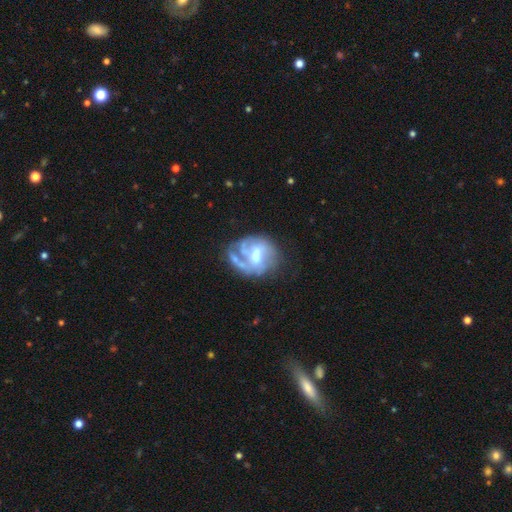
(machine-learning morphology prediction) smooth-or-featured: featured or disk: 72% | smooth: 21% | star or artifact: 7%
  disk-edge-on: no: 97% | yes: 3%
    bar: weak: 48% | no: 34% | strong: 18%
    has-spiral-arms: yes: 67% | no: 33%
    bulge-size: moderate: 61% | small: 19% | large: 12% | none: 6% | dominant: 1%
  merging: none: 43% | major disturbance: 23% | minor disturbance: 22% | merger: 12%